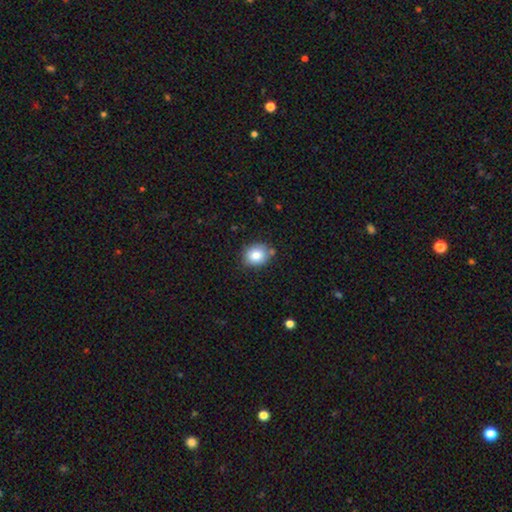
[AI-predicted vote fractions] Overall: smooth (81%). How rounded: round (66%; in between 33%). Merging: none (75%).